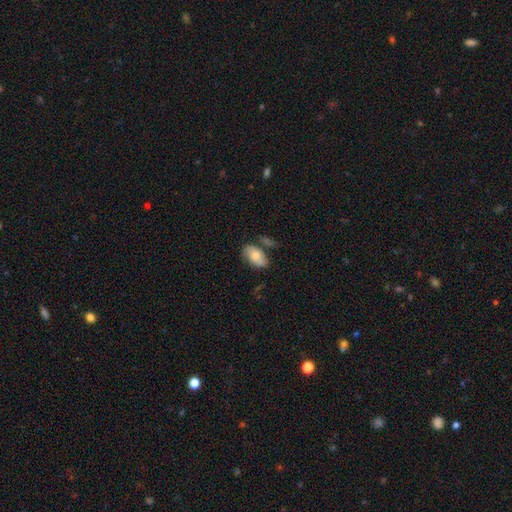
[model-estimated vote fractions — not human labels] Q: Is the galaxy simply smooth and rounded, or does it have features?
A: smooth — 69%.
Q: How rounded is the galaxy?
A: in between — 92%.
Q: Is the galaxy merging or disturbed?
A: none — 58%.